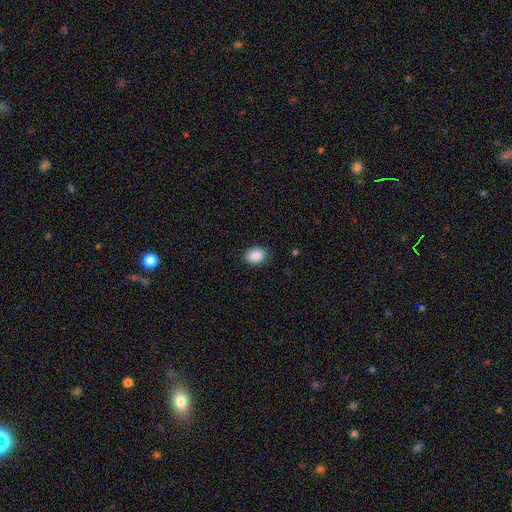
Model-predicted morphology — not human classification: A smooth galaxy with no disk features (90%) that is in between round and cigar-shaped (61%). Merging: none (87%).